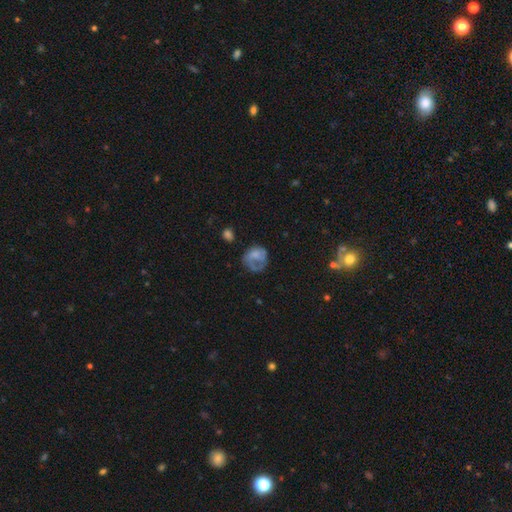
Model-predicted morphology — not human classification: Smooth or featured? Predicted: smooth (p=0.52). How rounded? Predicted: round (p=0.68). Merging? Predicted: none (p=0.39).